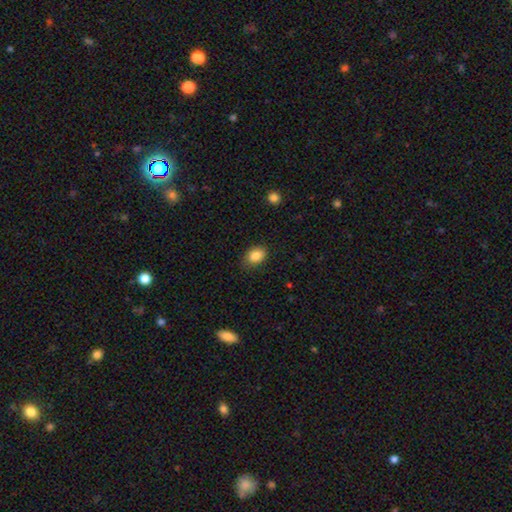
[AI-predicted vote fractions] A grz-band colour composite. It shows a smooth galaxy with no disk features (86%) that is in between round and cigar-shaped (76%). Merging: none (81%).